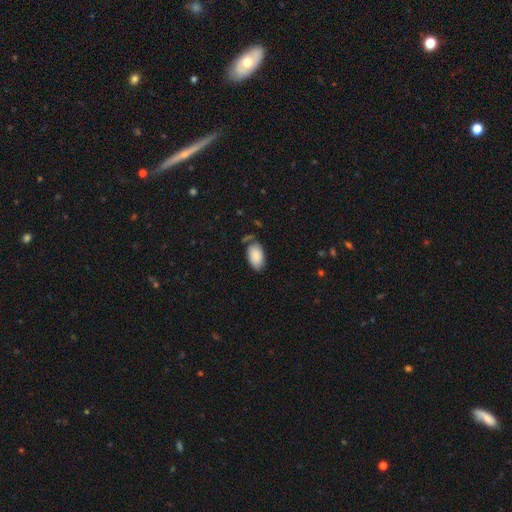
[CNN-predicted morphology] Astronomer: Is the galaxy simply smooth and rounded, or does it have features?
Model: smooth — 85%.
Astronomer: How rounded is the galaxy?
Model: in between — 95%.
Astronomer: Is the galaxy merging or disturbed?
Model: none — 67%.